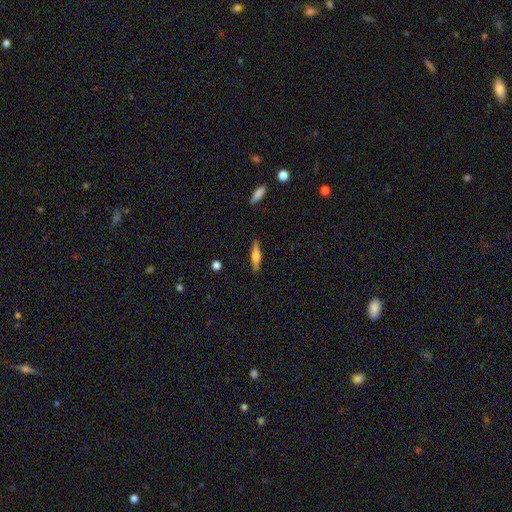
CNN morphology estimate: smooth-or-featured: smooth: 48% | featured or disk: 45% | star or artifact: 7%
  merging: none: 85% | minor disturbance: 11% | major disturbance: 2% | merger: 2%